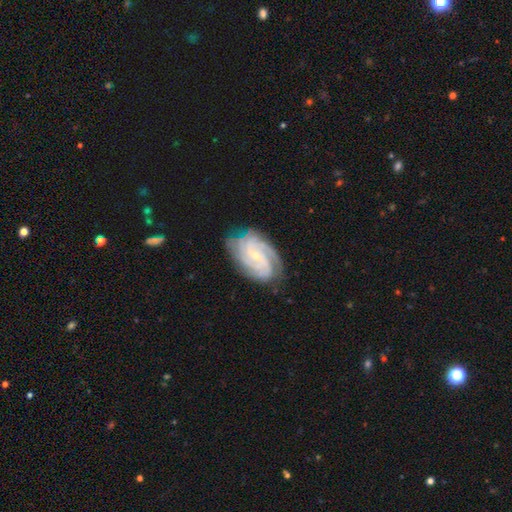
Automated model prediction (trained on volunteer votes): smooth_or_featured: featured or disk (p=0.88) [alt: smooth p=0.06]
disk_edge_on: no (p=0.97) [alt: yes p=0.03]
bar: no (p=0.60) [alt: weak p=0.32]
has_spiral_arms: yes (p=0.98) [alt: no p=0.02]
spiral_winding: tight (p=0.68) [alt: medium p=0.28]
spiral_arm_count: 3 (p=0.29) [alt: 4 p=0.25]
bulge_size: small (p=0.77) [alt: moderate p=0.19]
merging: none (p=0.78) [alt: minor disturbance p=0.17]